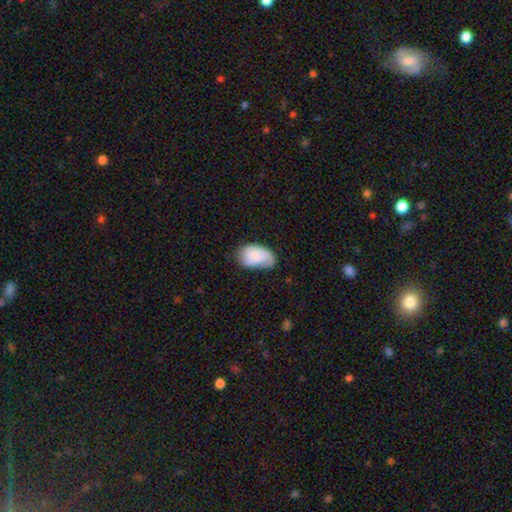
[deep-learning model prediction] smooth 77%, featured or disk 16%, star or artifact 7%. Down the decision tree: how rounded — in between (93%); merging — none (47%).